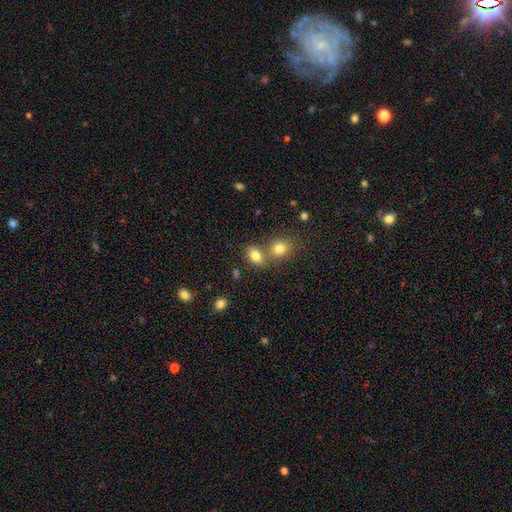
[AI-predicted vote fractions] A smooth galaxy with no disk features (82%) that is in between round and cigar-shaped (72%). Merging: none (50%).